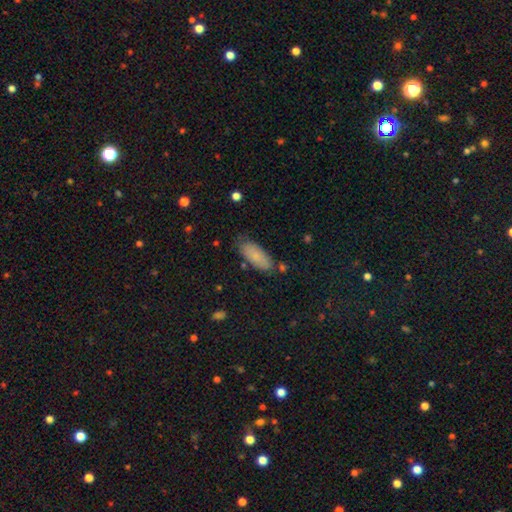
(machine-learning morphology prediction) This is clearly a smooth galaxy (80%). How rounded: likely in between (78%). Merging: likely none (74%).